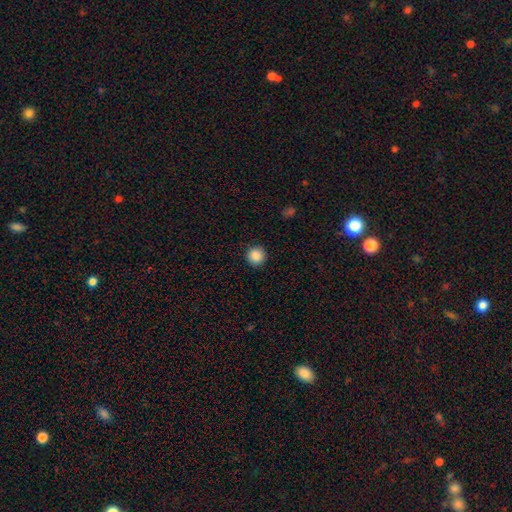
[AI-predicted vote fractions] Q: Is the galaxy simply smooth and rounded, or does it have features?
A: smooth — 88%.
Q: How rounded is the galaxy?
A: round — 95%.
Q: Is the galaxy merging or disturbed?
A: none — 92%.